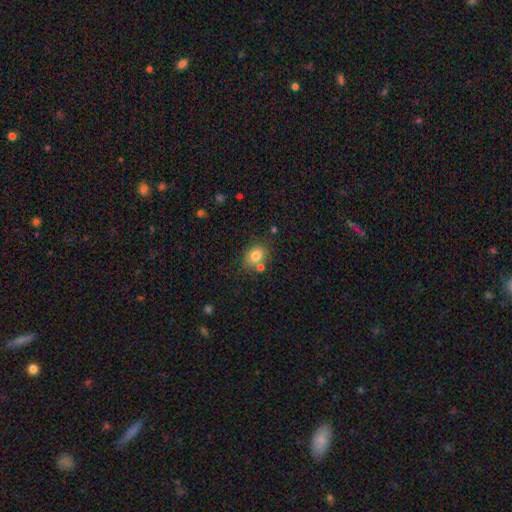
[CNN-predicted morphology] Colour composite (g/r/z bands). It shows a smooth galaxy with no disk features (79%) that is in between round and cigar-shaped (53%). Merging: none (67%).